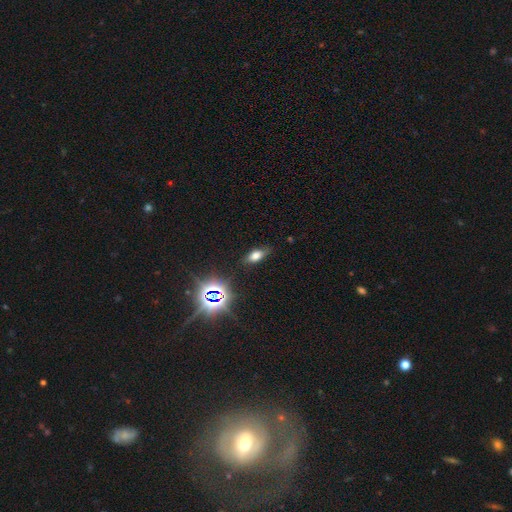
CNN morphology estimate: smooth_or_featured: smooth (p=0.65) [alt: star or artifact p=0.21]
how_rounded: in between (p=0.79) [alt: cigar-shaped p=0.13]
merging: none (p=0.80) [alt: minor disturbance p=0.14]